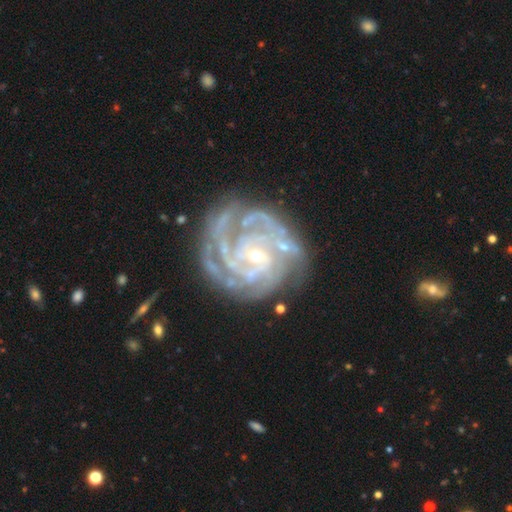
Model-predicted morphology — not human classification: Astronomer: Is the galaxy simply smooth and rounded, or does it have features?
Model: featured or disk — 90%.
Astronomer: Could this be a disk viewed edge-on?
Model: no — 98%.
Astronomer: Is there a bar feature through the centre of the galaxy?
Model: no — 58%.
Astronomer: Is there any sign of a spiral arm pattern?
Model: yes — 97%.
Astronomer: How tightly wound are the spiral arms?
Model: tight — 69%.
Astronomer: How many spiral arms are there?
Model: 3 — 28% (runner-up: 4, 23%).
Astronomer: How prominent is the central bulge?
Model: small — 78%.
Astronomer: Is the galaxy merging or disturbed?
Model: none — 66%.